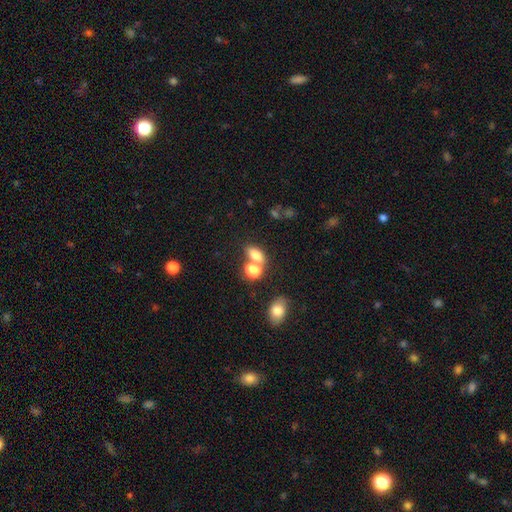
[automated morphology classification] This is likely a smooth galaxy (75%). How rounded: likely in between (70%). Merging: marginally none (45%).